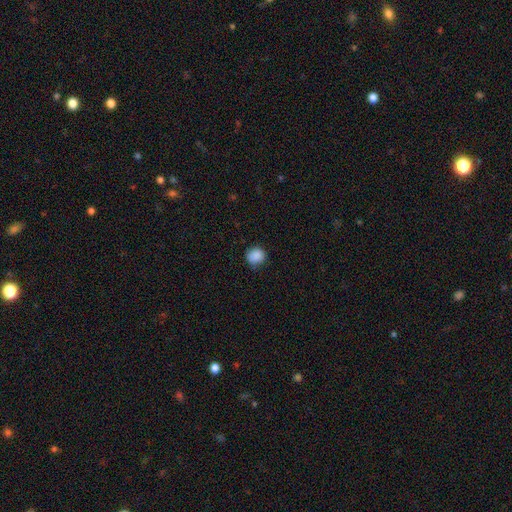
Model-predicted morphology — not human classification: Smooth or featured: smooth — 88% (star or artifact — 9%)
How rounded: round — 81% (in between — 18%)
Merging: none — 78% (minor disturbance — 17%)